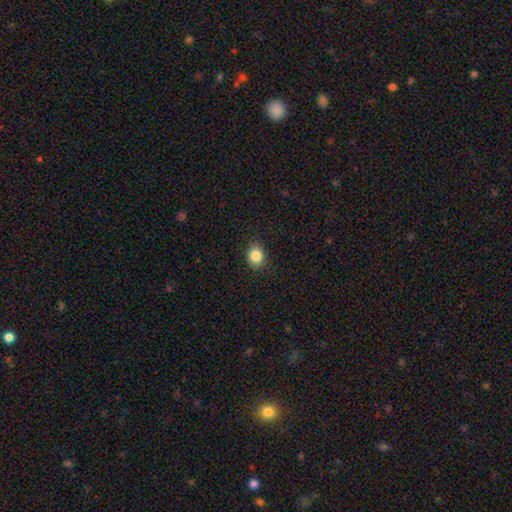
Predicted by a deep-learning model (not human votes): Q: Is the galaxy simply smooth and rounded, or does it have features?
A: smooth — 85%.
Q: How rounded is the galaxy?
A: round — 57%.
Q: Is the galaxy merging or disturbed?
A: none — 89%.